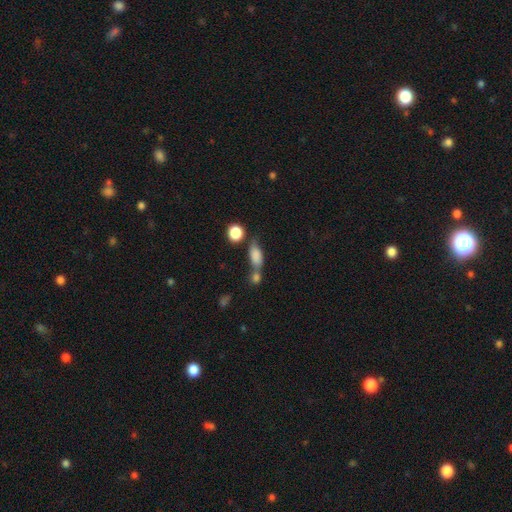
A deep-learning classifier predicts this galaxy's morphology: smooth 77%, featured or disk 13%, star or artifact 10%. Down the decision tree: how rounded — in between (73%); merging — none (39%).